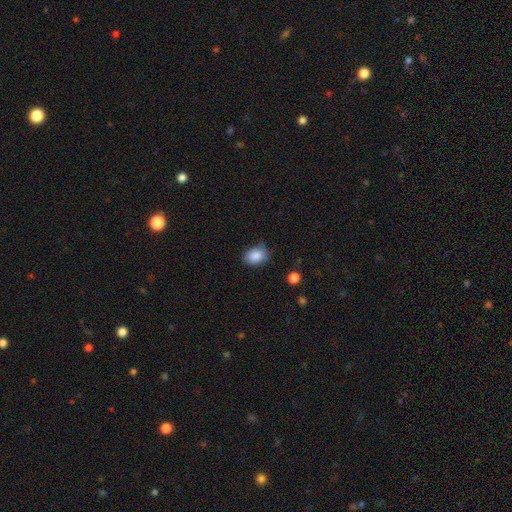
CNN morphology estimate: Smooth or featured: smooth — 87% (star or artifact — 9%)
How rounded: in between — 67% (round — 32%)
Merging: none — 73% (minor disturbance — 21%)